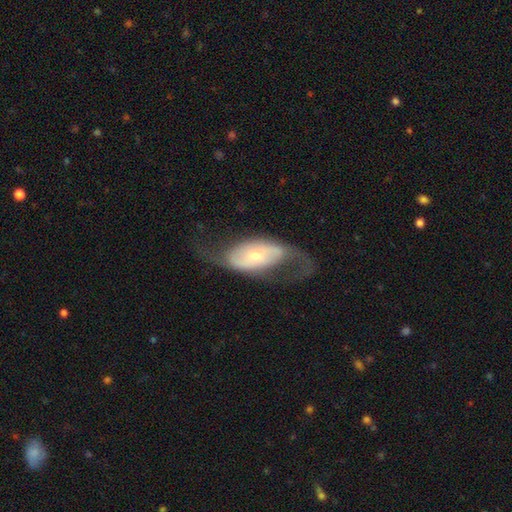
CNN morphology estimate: A featured or disk galaxy (76%) with no bar (57%), 2 (87%) loose (58%) spiral arms (81%) and a small central bulge (53%).

Vote fractions:
- Smooth or featured? featured or disk: 76% / smooth: 19% / star or artifact: 5%
- Edge-on disk? no: 91% / yes: 9%
- Bar? no: 57% / weak: 25% / strong: 17%
- Spiral arms? yes: 81% / no: 19%
- Spiral winding? loose: 58% / medium: 31% / tight: 11%
- Spiral arm count? 2: 87% / can't tell: 7% / 1: 3% / 3: 1% / 4: 1% / more than 4: 1%
- Bulge size? small: 53% / moderate: 40% / large: 4% / dominant: 2% / none: 1%
- Merging? none: 57% / major disturbance: 25% / minor disturbance: 17% / merger: 2%